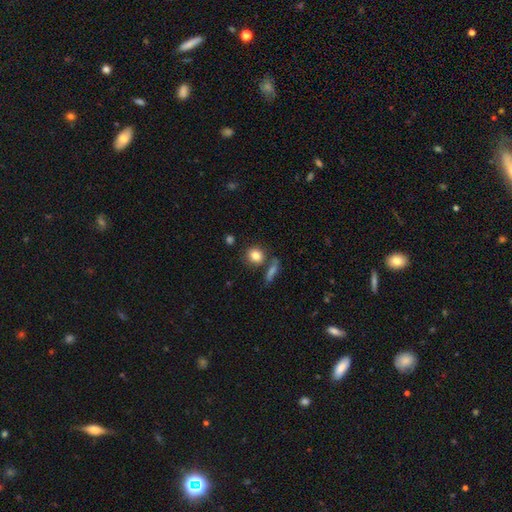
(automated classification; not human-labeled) A smooth galaxy with no disk features (83%) that is round (71%). Merging: none (71%).